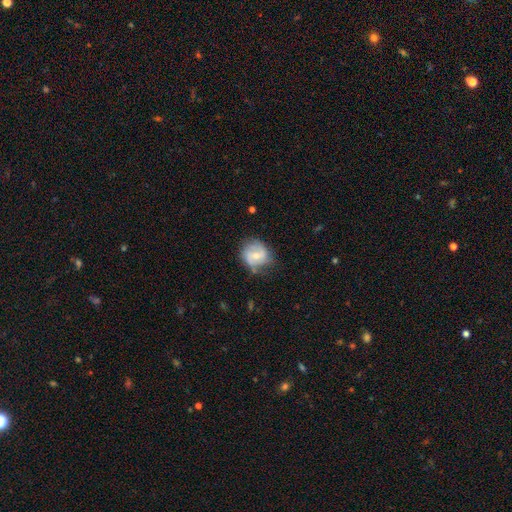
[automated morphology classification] Smooth or featured?
  - featured or disk: 51% *
  - smooth: 42%
  - star or artifact: 7%
Edge-on disk?
  - no: 97% *
  - yes: 3%
Merging?
  - none: 62% *
  - minor disturbance: 27%
  - major disturbance: 9%
  - merger: 2%